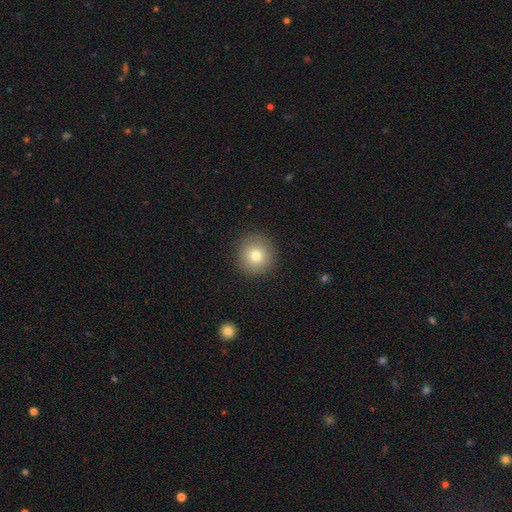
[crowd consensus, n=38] Smooth or featured? 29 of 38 (76%) said smooth. How rounded? 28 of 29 (97%) said round. Merging? 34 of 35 (97%) said none.